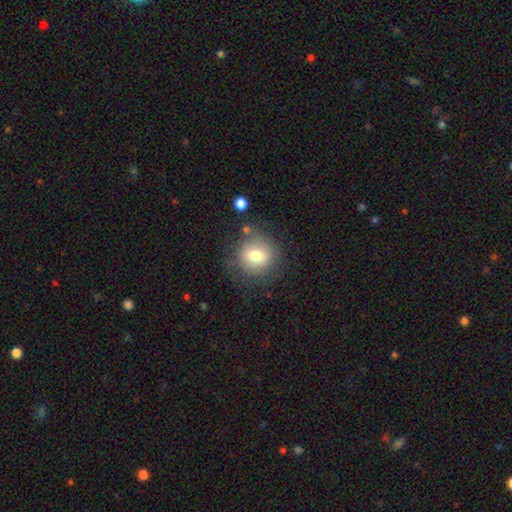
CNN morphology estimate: The model was most divided on "smooth or featured": smooth: 71%, featured or disk: 19%, star or artifact: 10%. More confident: how rounded — round (83%); merging — none (73%).